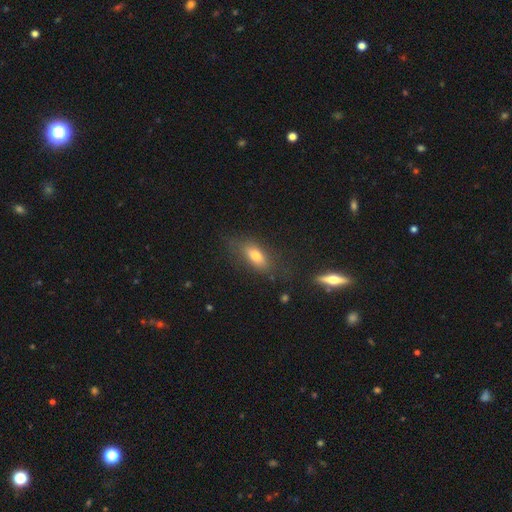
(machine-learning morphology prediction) Smooth or featured?
  - smooth: 70% *
  - featured or disk: 20%
  - star or artifact: 10%
How rounded?
  - in between: 75% *
  - cigar-shaped: 19%
  - round: 6%
Merging?
  - none: 70% *
  - minor disturbance: 18%
  - major disturbance: 9%
  - merger: 3%